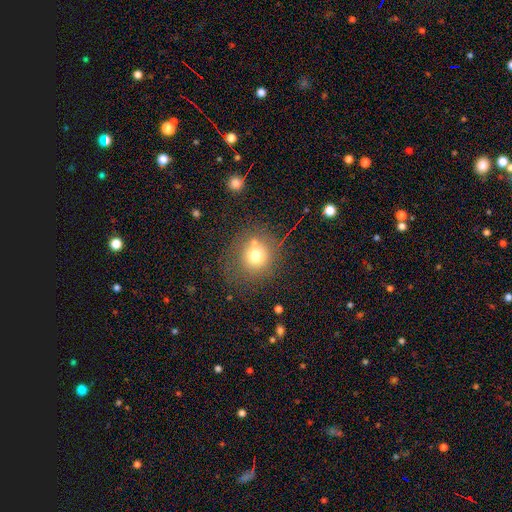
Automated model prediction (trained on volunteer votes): Overall: smooth (71%). How rounded: round (86%). Merging: none (69%).